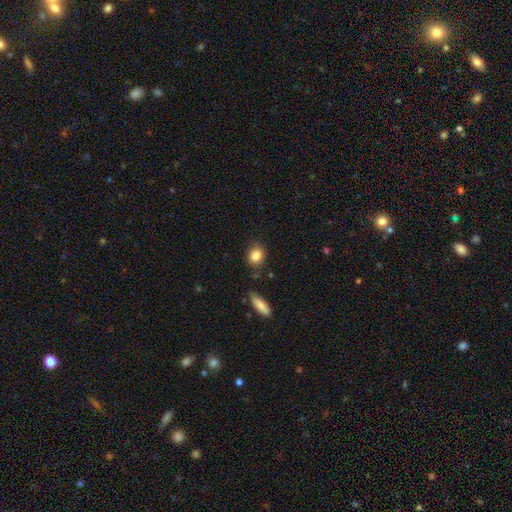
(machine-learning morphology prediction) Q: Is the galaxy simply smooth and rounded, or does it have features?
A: smooth — 85%.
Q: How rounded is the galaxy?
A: round — 57%.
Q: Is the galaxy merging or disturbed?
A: none — 77%.